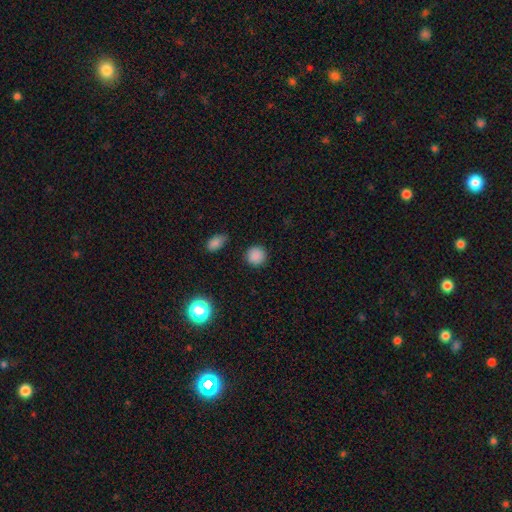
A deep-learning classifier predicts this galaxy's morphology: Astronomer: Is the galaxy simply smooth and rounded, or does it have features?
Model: smooth — 86%.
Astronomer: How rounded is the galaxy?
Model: round — 92%.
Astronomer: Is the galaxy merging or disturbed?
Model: none — 88%.